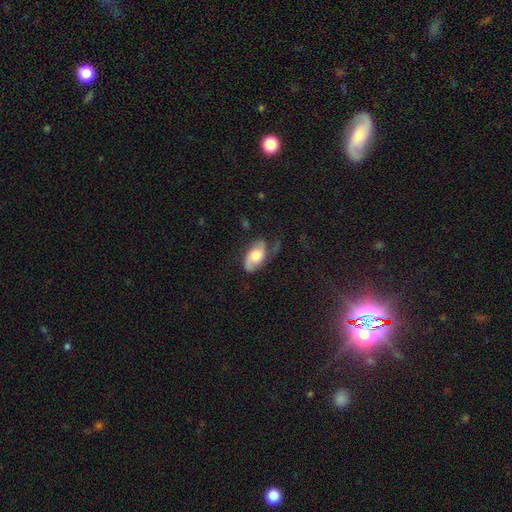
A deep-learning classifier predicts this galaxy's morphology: Smooth or featured?
  - featured or disk: 55% *
  - smooth: 38%
  - star or artifact: 7%
Edge-on disk?
  - no: 94% *
  - yes: 6%
Bar?
  - no: 70% *
  - weak: 25%
  - strong: 5%
Spiral arms?
  - yes: 87% *
  - no: 13%
Bulge size?
  - moderate: 44% *
  - large: 32%
  - small: 14%
  - none: 5%
  - dominant: 4%
Merging?
  - none: 54% *
  - minor disturbance: 27%
  - major disturbance: 17%
  - merger: 2%